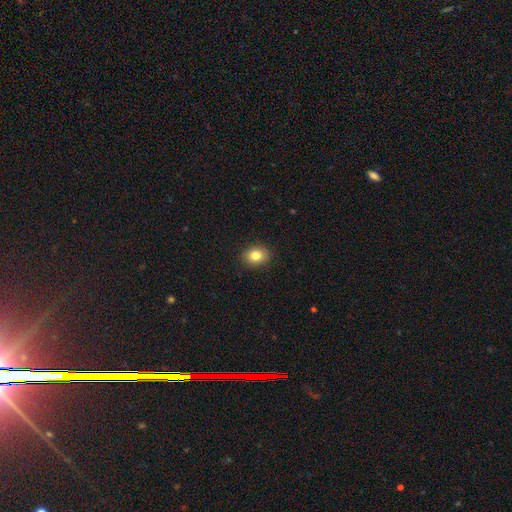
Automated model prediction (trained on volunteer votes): Smooth or featured?
  - smooth: 82% *
  - star or artifact: 10%
  - featured or disk: 8%
How rounded?
  - in between: 51% *
  - round: 48%
  - cigar-shaped: 1%
Merging?
  - none: 90% *
  - minor disturbance: 7%
  - major disturbance: 2%
  - merger: 1%